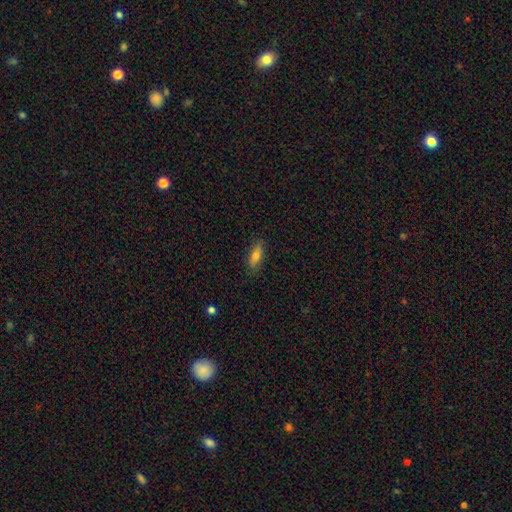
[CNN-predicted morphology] A smooth galaxy with no disk features (65%) that is in between round and cigar-shaped (50%). Merging: none (85%).